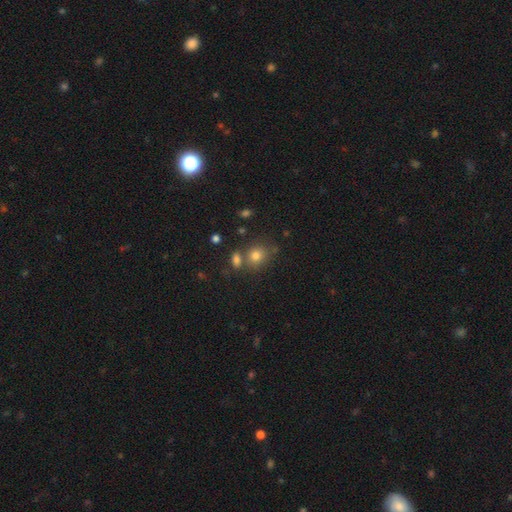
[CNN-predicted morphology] type=smooth (78%); roundness=round (68%); merging=none (60%).